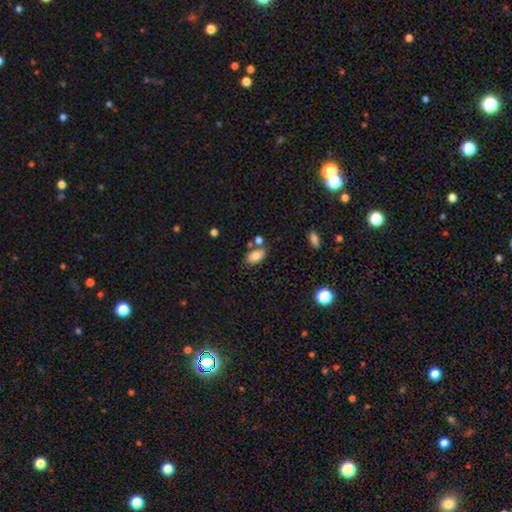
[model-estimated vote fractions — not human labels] Smooth or featured?
  - smooth: 81% *
  - featured or disk: 10%
  - star or artifact: 9%
How rounded?
  - in between: 92% *
  - round: 5%
  - cigar-shaped: 3%
Merging?
  - none: 66% *
  - merger: 15%
  - minor disturbance: 15%
  - major disturbance: 4%